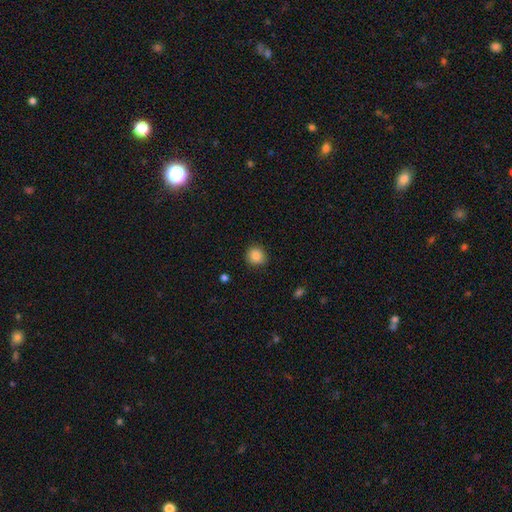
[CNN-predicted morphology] Smooth or featured?
  - smooth: 84% *
  - star or artifact: 10%
  - featured or disk: 6%
How rounded?
  - round: 89% *
  - in between: 10%
  - cigar-shaped: 1%
Merging?
  - none: 87% *
  - minor disturbance: 10%
  - major disturbance: 2%
  - merger: 1%